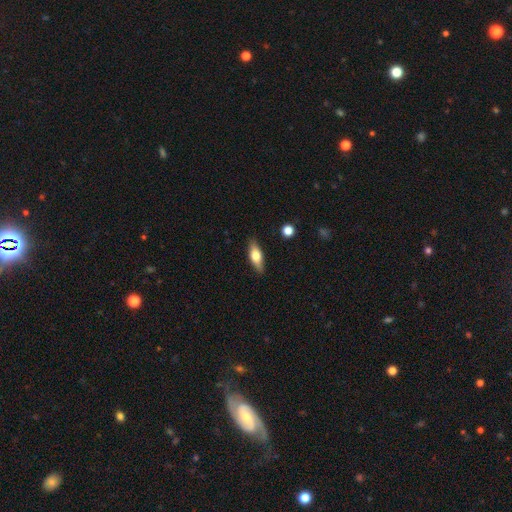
Overall: smooth (74%). How rounded: in between (55%; cigar-shaped 38%). Merging: none (84%).